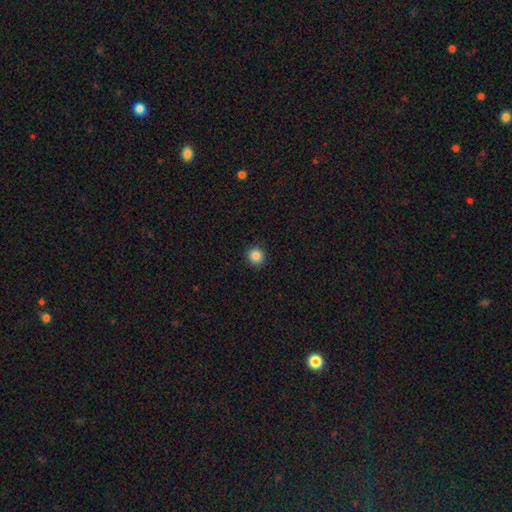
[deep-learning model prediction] Q: Smooth or featured?
A: smooth (86%); runner-up: star or artifact (10%)
Q: How rounded?
A: round (93%); runner-up: in between (6%)
Q: Merging?
A: none (92%); runner-up: minor disturbance (5%)